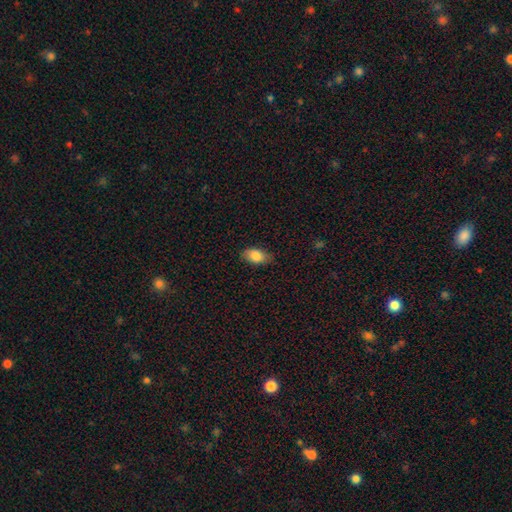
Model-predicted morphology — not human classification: A smooth galaxy with no disk features (86%) that is in between round and cigar-shaped (90%).

Vote fractions:
- Smooth or featured? smooth: 86% / star or artifact: 7% / featured or disk: 7%
- How rounded? in between: 90% / round: 8% / cigar-shaped: 3%
- Merging? none: 82% / minor disturbance: 14% / major disturbance: 3% / merger: 1%